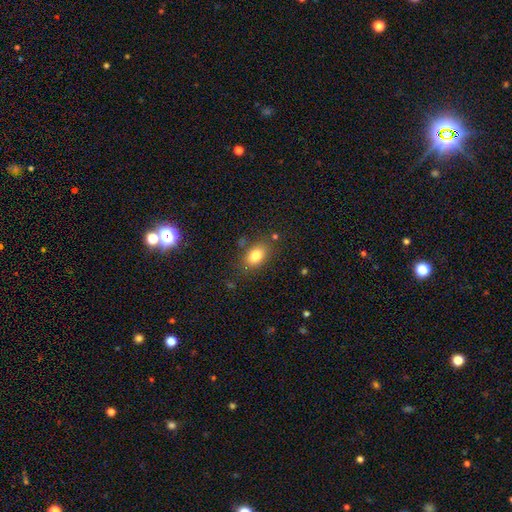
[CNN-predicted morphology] Smooth or featured?
  - smooth: 81% *
  - star or artifact: 10%
  - featured or disk: 9%
How rounded?
  - in between: 81% *
  - round: 18%
  - cigar-shaped: 2%
Merging?
  - none: 80% *
  - minor disturbance: 13%
  - major disturbance: 4%
  - merger: 3%